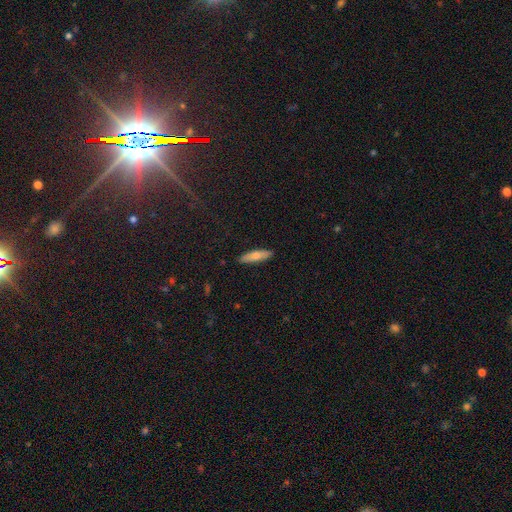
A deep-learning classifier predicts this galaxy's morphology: The model was most divided on "how rounded": cigar-shaped: 68%, in between: 30%, round: 2%. More confident: merging — none (89%); smooth or featured — smooth (69%).